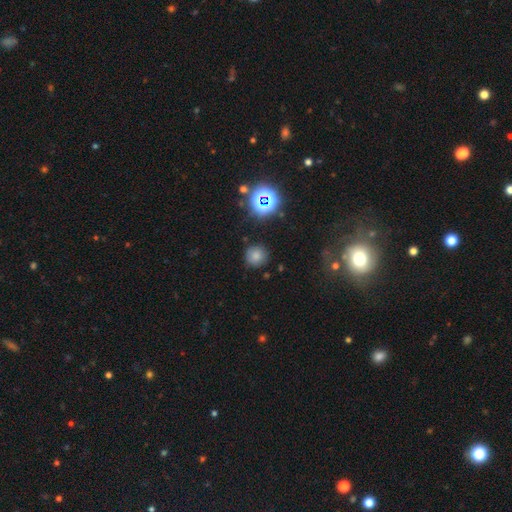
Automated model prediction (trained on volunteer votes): Morphology: type=smooth (74%); roundness=round (92%); merging=none (84%).